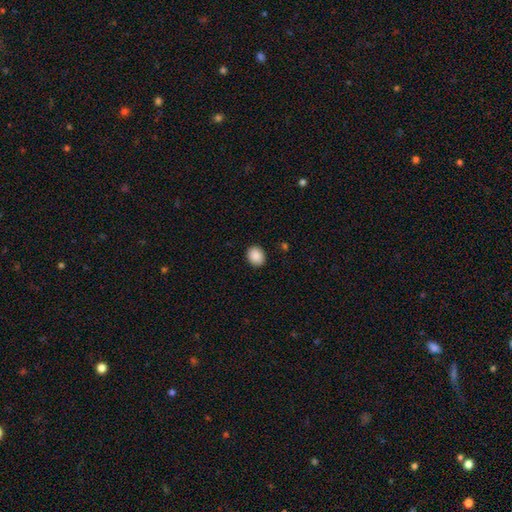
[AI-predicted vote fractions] Morphology: type=smooth (89%); roundness=round (55%); merging=none (90%).